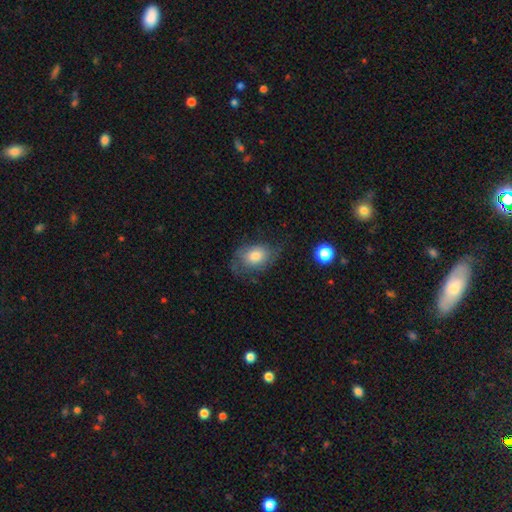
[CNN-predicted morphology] This is likely a smooth galaxy (64%). How rounded: likely in between (75%). Merging: possibly none (52%).